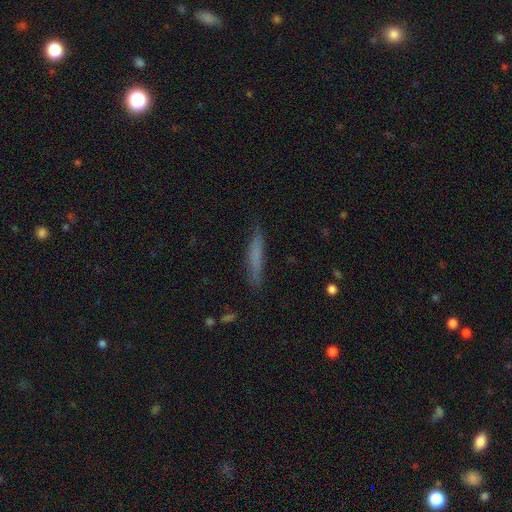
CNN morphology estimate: The model was most divided on "smooth or featured": smooth: 65%, featured or disk: 27%, star or artifact: 8%. More confident: how rounded — cigar-shaped (93%); merging — none (84%).